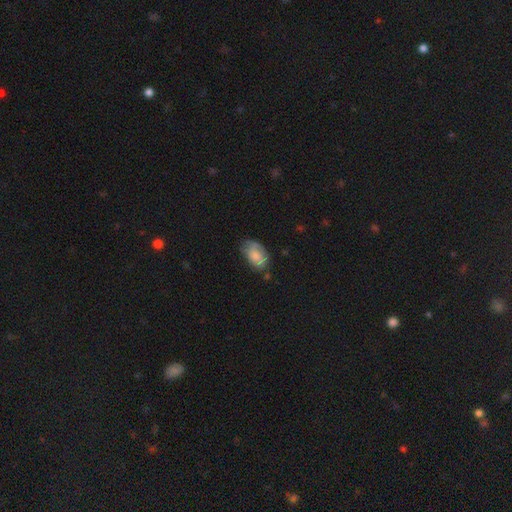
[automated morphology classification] Smooth or featured? Predicted: smooth (p=0.67). How rounded? Predicted: in between (p=0.89). Merging? Predicted: none (p=0.55).